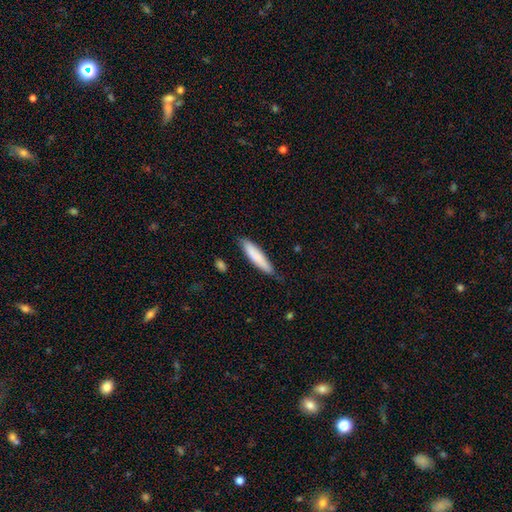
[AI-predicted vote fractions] Overall: smooth (83%). How rounded: cigar-shaped (80%). Merging: none (77%).